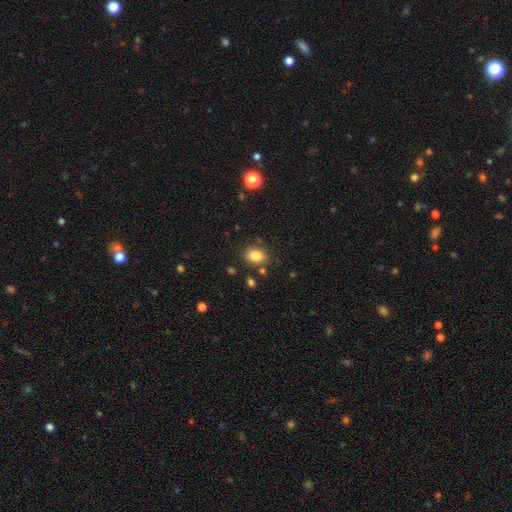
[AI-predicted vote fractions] Smooth or featured: smooth — 84% (star or artifact — 10%)
How rounded: in between — 67% (round — 32%)
Merging: none — 82% (minor disturbance — 11%)